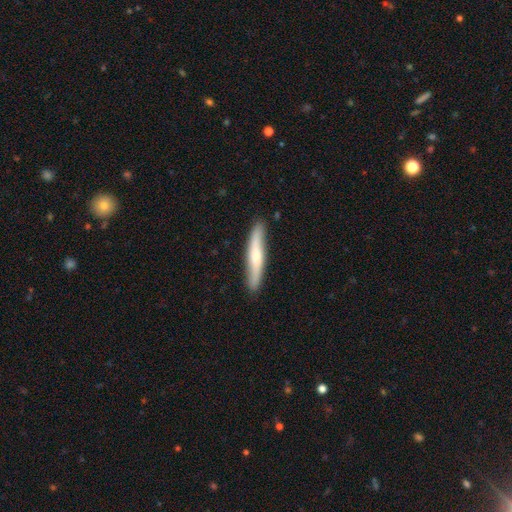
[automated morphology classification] Smooth or featured? smooth (49%)
Merging? none (87%)